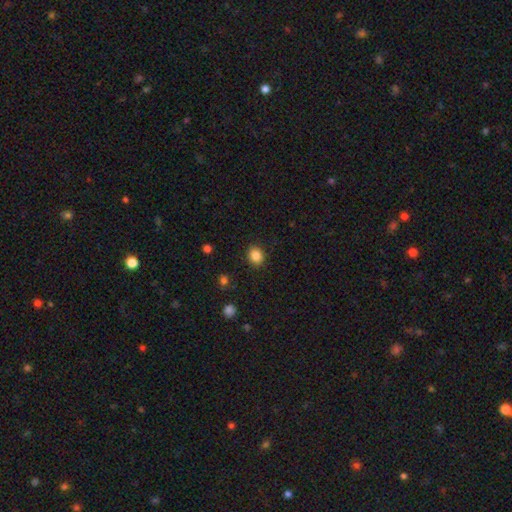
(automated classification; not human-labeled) Smooth or featured? Predicted: smooth (p=0.85). How rounded? Predicted: round (p=0.63). Merging? Predicted: none (p=0.90).